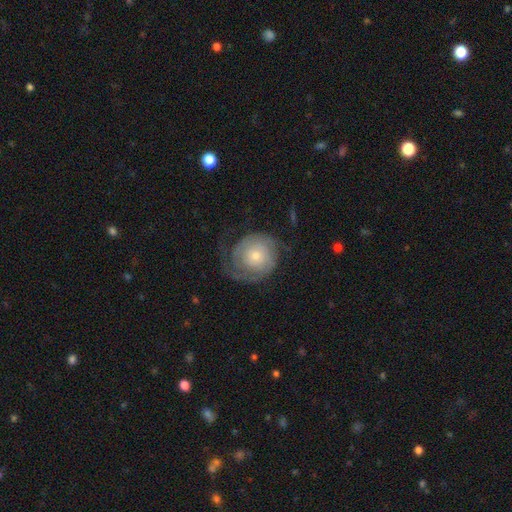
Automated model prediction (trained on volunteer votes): smooth_or_featured: featured or disk (p=0.74) [alt: smooth p=0.20]
disk_edge_on: no (p=0.98) [alt: yes p=0.02]
bar: no (p=0.81) [alt: weak p=0.16]
has_spiral_arms: yes (p=0.92) [alt: no p=0.08]
spiral_winding: tight (p=0.61) [alt: medium p=0.26]
spiral_arm_count: 2 (p=0.61) [alt: can't tell p=0.18]
bulge_size: small (p=0.57) [alt: moderate p=0.36]
merging: none (p=0.63) [alt: minor disturbance p=0.18]